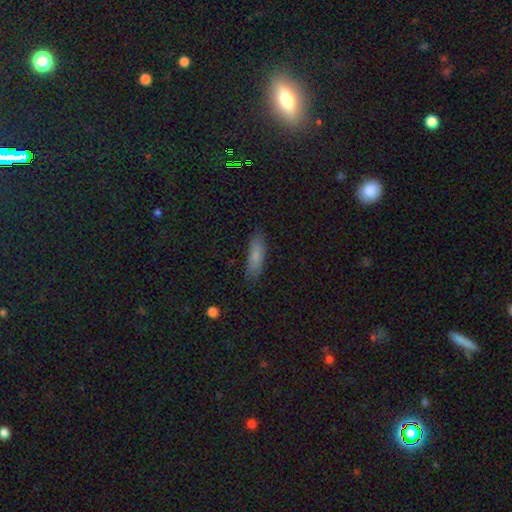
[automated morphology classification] This is likely a smooth galaxy (78%). How rounded: possibly cigar-shaped (51%). Merging: clearly none (82%).